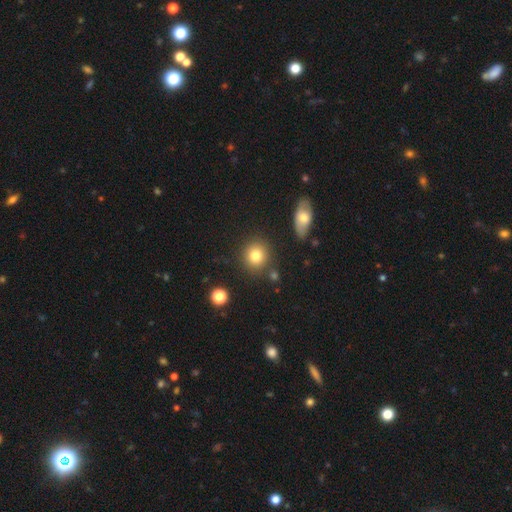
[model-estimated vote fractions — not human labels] Q: Smooth or featured?
A: smooth (82%); runner-up: star or artifact (10%)
Q: How rounded?
A: round (84%); runner-up: in between (15%)
Q: Merging?
A: none (83%); runner-up: minor disturbance (9%)